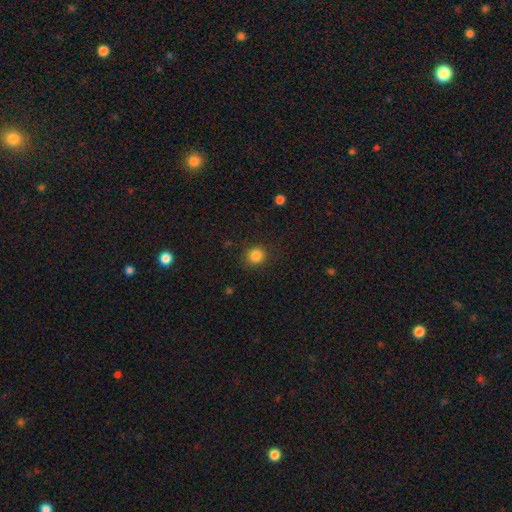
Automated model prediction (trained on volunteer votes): smooth 84%, star or artifact 12%, featured or disk 4%. Down the decision tree: how rounded — round (88%); merging — none (88%).